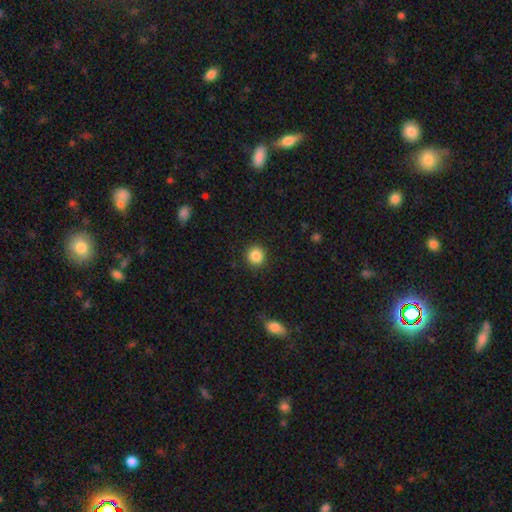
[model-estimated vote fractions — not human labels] Smooth or featured?
  - smooth: 86% *
  - star or artifact: 10%
  - featured or disk: 4%
How rounded?
  - round: 93% *
  - in between: 6%
  - cigar-shaped: 1%
Merging?
  - none: 91% *
  - minor disturbance: 6%
  - major disturbance: 2%
  - merger: 1%